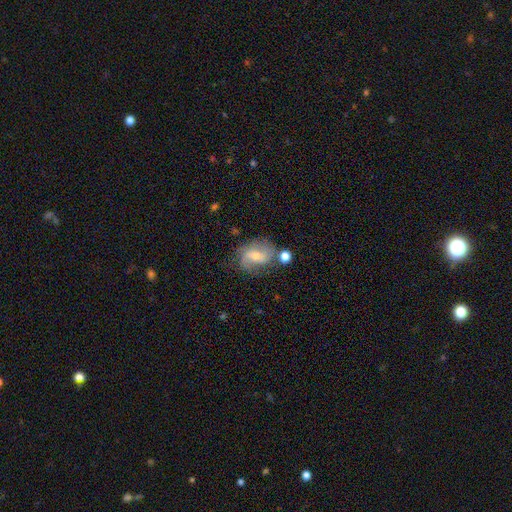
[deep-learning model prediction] This appears to be a featured or disk galaxy (61%) with no bar (44%), spiral arms (83%) and a moderate central bulge (48%). Merging: none (58%).